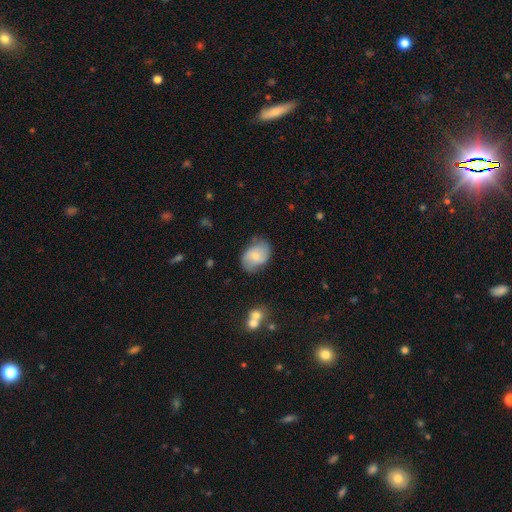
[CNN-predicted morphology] Overall: smooth (67%). How rounded: in between (80%). Merging: none (66%).